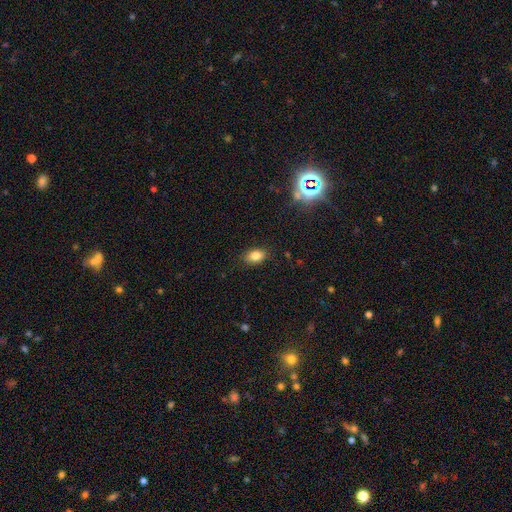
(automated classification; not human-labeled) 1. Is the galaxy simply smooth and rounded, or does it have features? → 83% smooth, 10% star or artifact, 7% featured or disk.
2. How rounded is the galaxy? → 85% in between, 13% round, 2% cigar-shaped.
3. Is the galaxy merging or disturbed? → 87% none, 10% minor disturbance, 2% major disturbance, 1% merger.